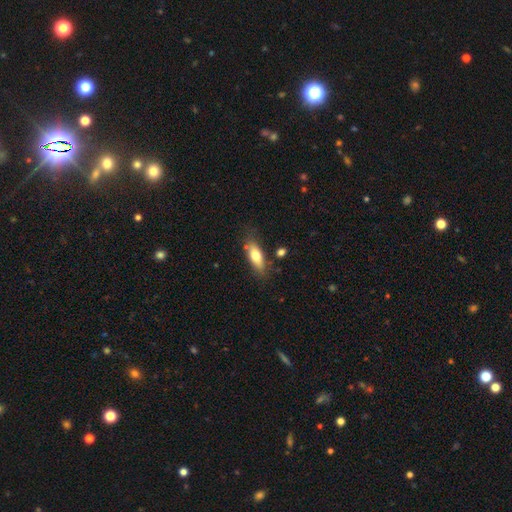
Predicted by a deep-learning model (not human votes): This is likely a smooth galaxy (70%). How rounded: likely in between (64%). Merging: likely none (74%).